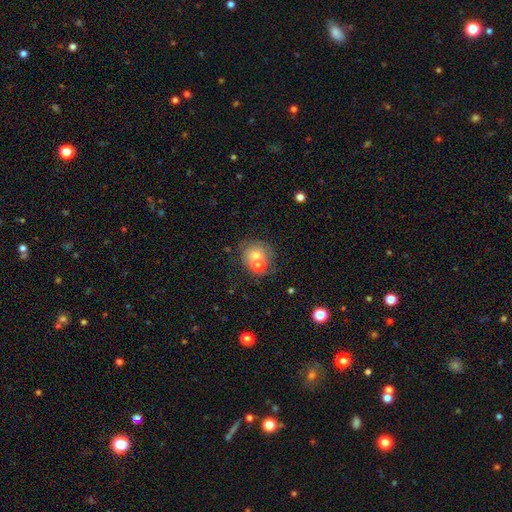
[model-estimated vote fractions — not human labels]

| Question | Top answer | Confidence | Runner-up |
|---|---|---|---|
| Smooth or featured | smooth | 60% | featured or disk (31%) |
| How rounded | round | 79% | in between (20%) |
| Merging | merger | 49% | none (34%) |